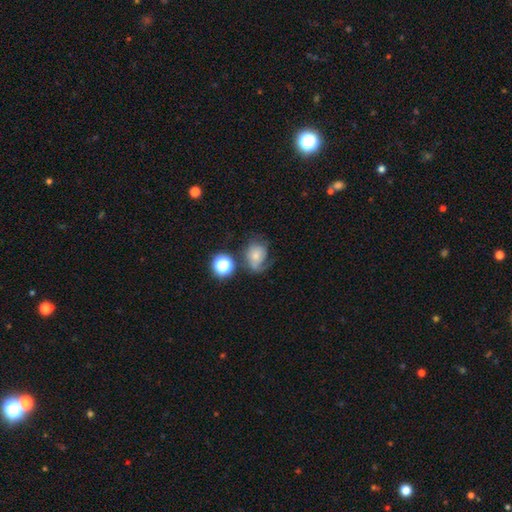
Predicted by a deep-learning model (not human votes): Q: Smooth or featured?
A: smooth (50%); runner-up: featured or disk (37%)
Q: How rounded?
A: round (51%); runner-up: in between (48%)
Q: Merging?
A: none (36%); runner-up: major disturbance (30%)